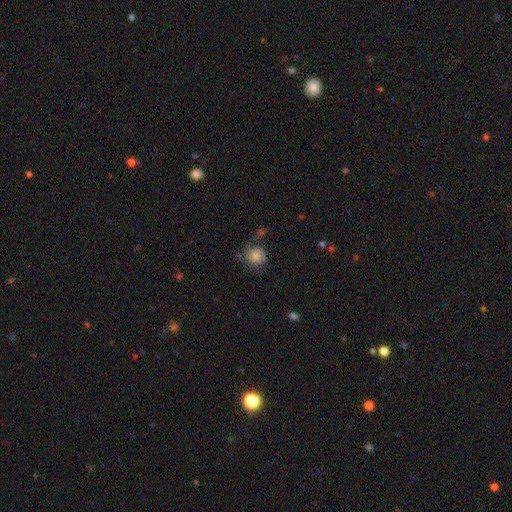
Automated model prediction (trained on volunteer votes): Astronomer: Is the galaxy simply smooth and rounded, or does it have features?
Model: smooth — 55% (runner-up: featured or disk, 36%).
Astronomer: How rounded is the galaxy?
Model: round — 74%.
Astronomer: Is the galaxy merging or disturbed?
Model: none — 39% (runner-up: major disturbance, 31%).